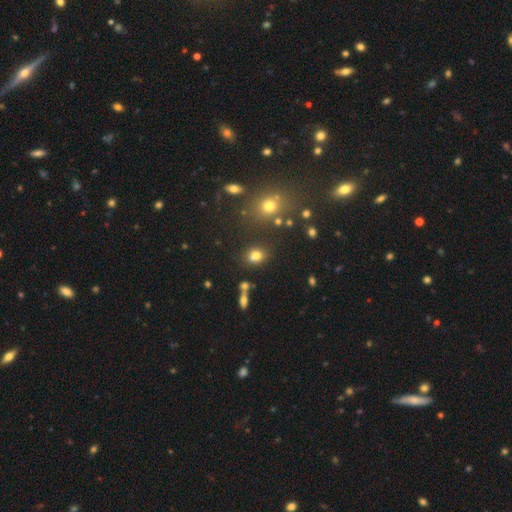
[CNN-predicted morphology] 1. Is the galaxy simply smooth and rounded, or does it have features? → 75% smooth, 15% star or artifact, 10% featured or disk.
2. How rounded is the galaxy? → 54% in between, 44% round, 2% cigar-shaped.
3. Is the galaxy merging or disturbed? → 66% none, 16% merger, 14% minor disturbance, 5% major disturbance.